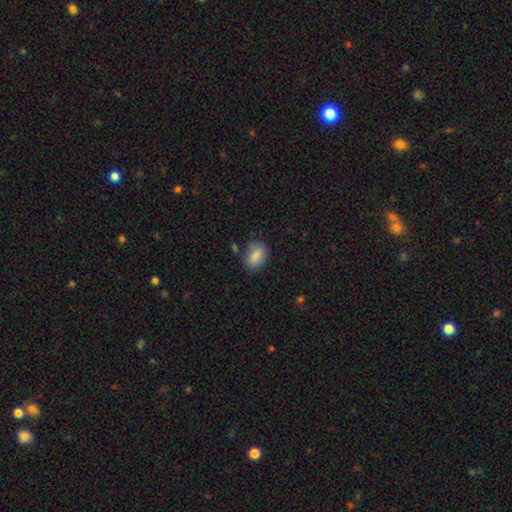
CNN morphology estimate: Smooth or featured? smooth (85%)
How rounded? in between (85%)
Merging? none (78%)